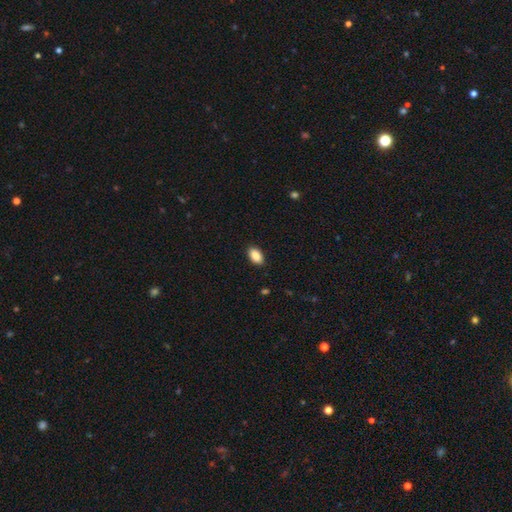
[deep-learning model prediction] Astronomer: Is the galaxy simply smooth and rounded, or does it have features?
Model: smooth — 89%.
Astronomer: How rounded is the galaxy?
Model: in between — 92%.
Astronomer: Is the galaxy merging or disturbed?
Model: none — 89%.